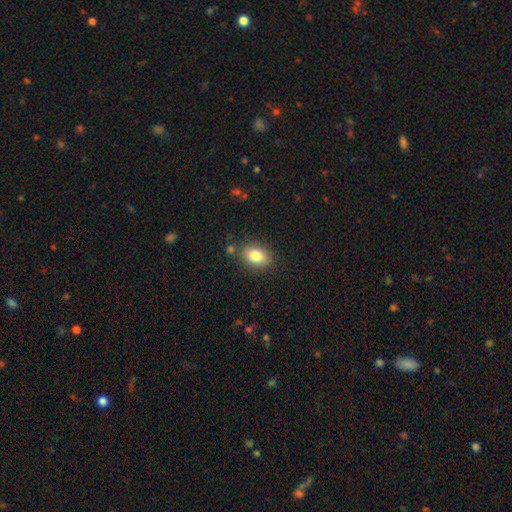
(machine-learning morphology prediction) Smooth or featured?
  - smooth: 82% *
  - star or artifact: 9%
  - featured or disk: 9%
How rounded?
  - in between: 77% *
  - round: 21%
  - cigar-shaped: 1%
Merging?
  - none: 81% *
  - minor disturbance: 12%
  - merger: 4%
  - major disturbance: 3%